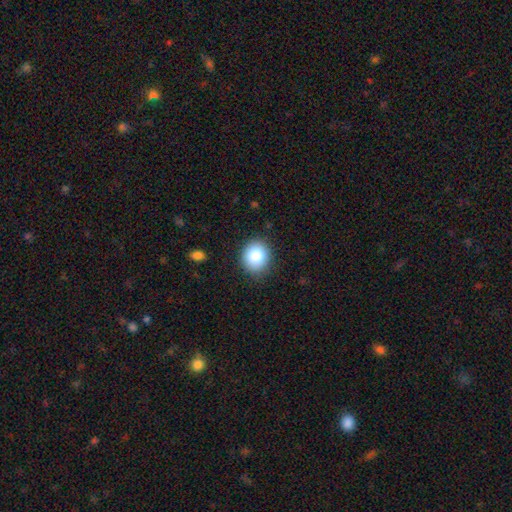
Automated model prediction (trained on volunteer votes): Smooth or featured? Predicted: smooth (p=0.86). How rounded? Predicted: round (p=0.69). Merging? Predicted: none (p=0.85).